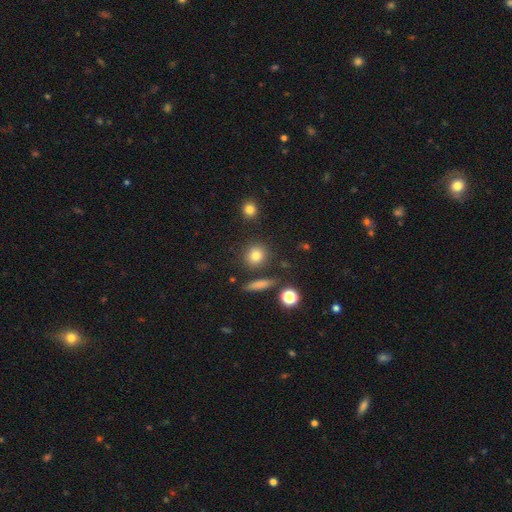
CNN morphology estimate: Smooth or featured: smooth — 81% (star or artifact — 12%)
How rounded: round — 82% (in between — 15%)
Merging: none — 82% (minor disturbance — 9%)